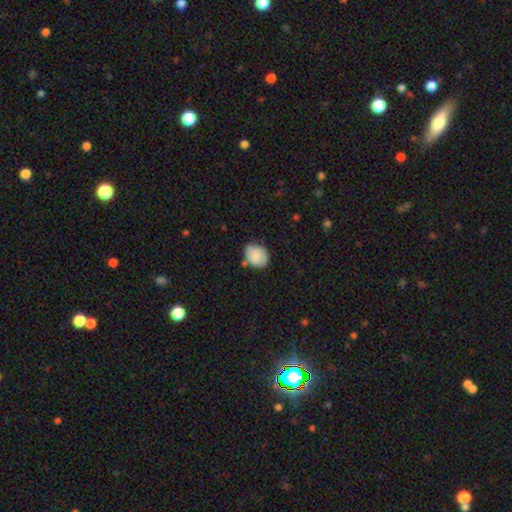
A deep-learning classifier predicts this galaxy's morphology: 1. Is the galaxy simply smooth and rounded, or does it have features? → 78% smooth, 13% featured or disk, 8% star or artifact.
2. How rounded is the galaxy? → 58% round, 41% in between, 1% cigar-shaped.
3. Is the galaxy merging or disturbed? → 63% none, 25% minor disturbance, 6% merger, 6% major disturbance.